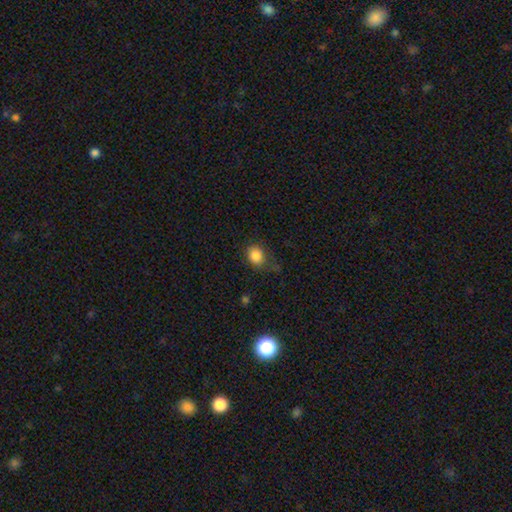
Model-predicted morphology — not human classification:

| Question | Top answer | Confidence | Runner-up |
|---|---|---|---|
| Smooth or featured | smooth | 85% | star or artifact (10%) |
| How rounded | round | 64% | in between (35%) |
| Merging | none | 62% | minor disturbance (25%) |